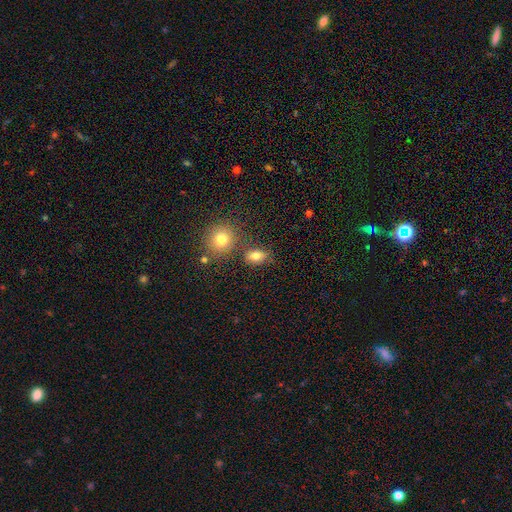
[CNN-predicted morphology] Smooth or featured: smooth — 80% (star or artifact — 12%)
How rounded: in between — 75% (round — 22%)
Merging: none — 72% (minor disturbance — 14%)